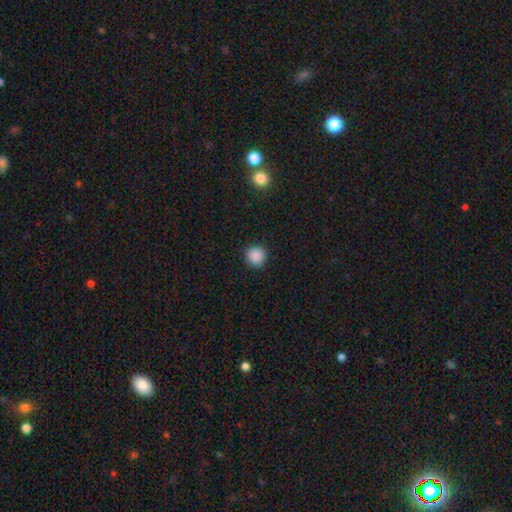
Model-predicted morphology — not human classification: Smooth or featured: smooth — 88% (star or artifact — 9%)
How rounded: round — 94% (in between — 5%)
Merging: none — 92% (minor disturbance — 5%)